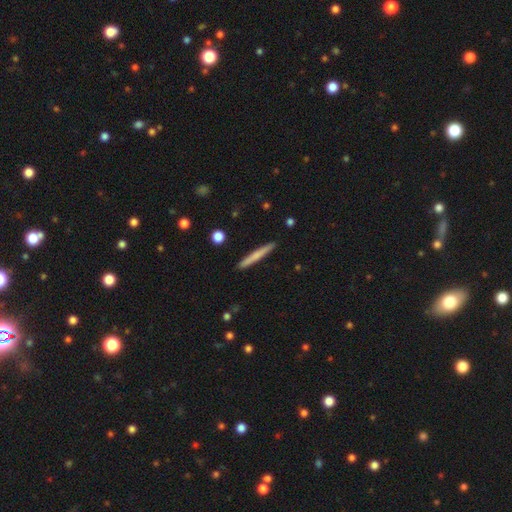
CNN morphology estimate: smooth-or-featured: smooth: 65% | featured or disk: 30% | star or artifact: 6%
  how-rounded: cigar-shaped: 96% | in between: 2% | round: 1%
  merging: none: 91% | minor disturbance: 6% | major disturbance: 1% | merger: 1%